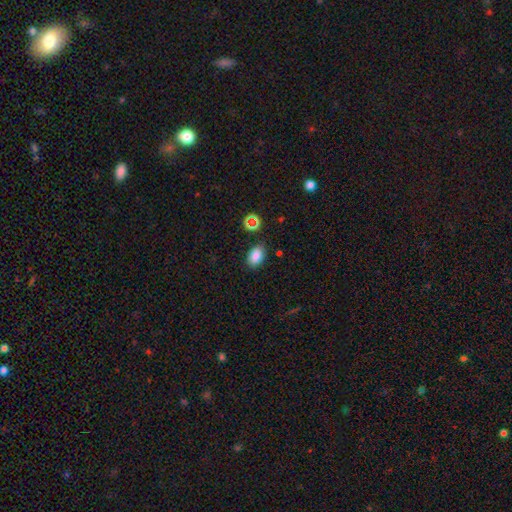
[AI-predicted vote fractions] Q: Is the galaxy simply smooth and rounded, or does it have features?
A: smooth — 81%.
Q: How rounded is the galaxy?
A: in between — 87%.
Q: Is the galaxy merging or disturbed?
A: none — 84%.